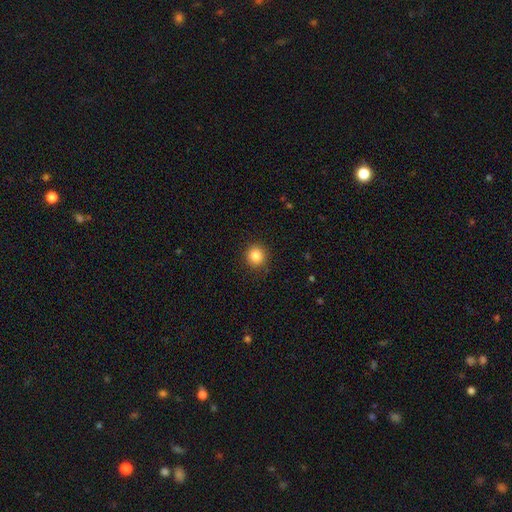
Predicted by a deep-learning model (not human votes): The model was most divided on "smooth or featured": smooth: 85%, star or artifact: 11%, featured or disk: 5%. More confident: how rounded — round (92%); merging — none (90%).